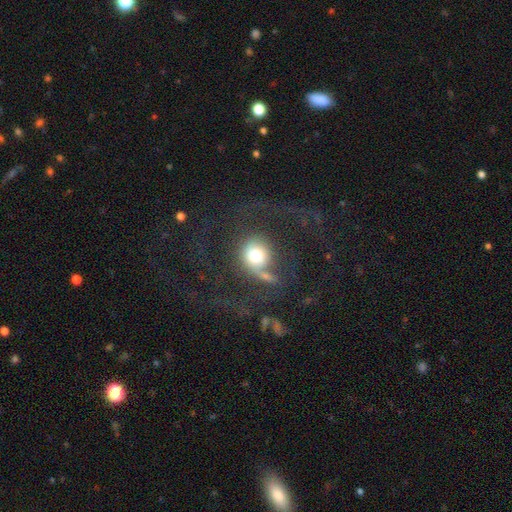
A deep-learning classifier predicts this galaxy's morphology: smooth_or_featured: smooth (p=0.64) [alt: featured or disk p=0.23]
how_rounded: round (p=0.82) [alt: in between p=0.17]
merging: none (p=0.38) [alt: major disturbance p=0.31]